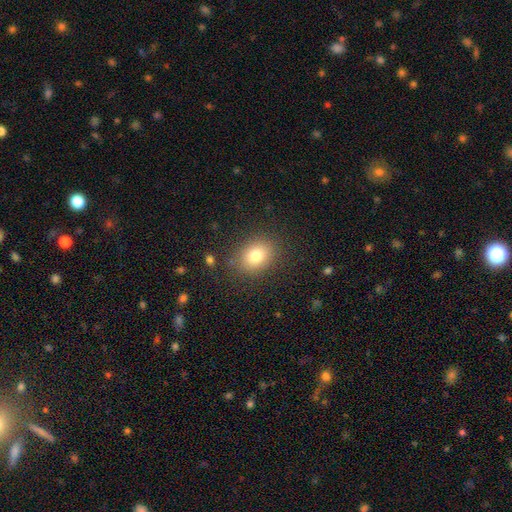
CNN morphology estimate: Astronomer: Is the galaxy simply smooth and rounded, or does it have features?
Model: smooth — 79%.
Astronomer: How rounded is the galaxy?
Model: in between — 56% (runner-up: round, 43%).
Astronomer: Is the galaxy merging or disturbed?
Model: none — 85%.